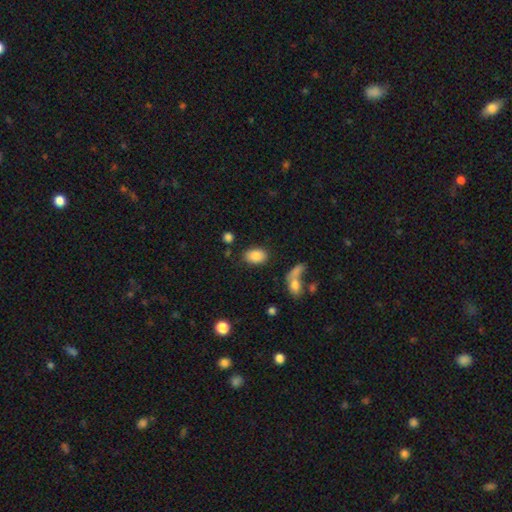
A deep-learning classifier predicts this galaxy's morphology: The model was most divided on "merging": none: 80%, minor disturbance: 11%, merger: 5%, major disturbance: 4%. More confident: how rounded — in between (86%); smooth or featured — smooth (85%).